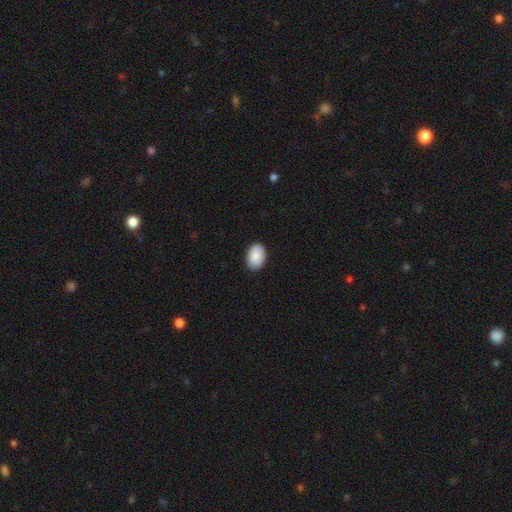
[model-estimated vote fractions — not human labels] Morphology: type=smooth (90%); roundness=in between (88%); merging=none (90%).